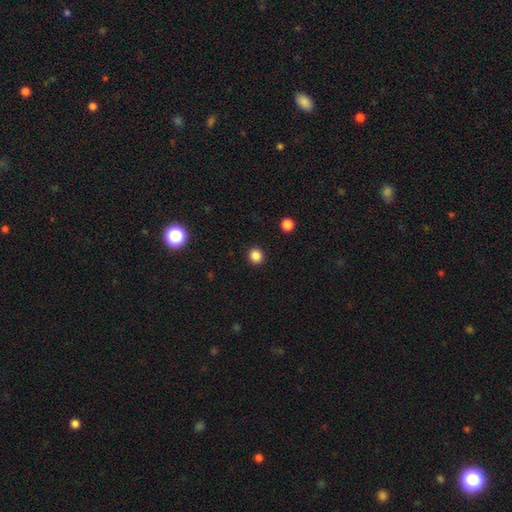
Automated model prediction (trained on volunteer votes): smooth-or-featured: smooth: 85% | star or artifact: 12% | featured or disk: 3%
  how-rounded: round: 92% | in between: 7% | cigar-shaped: 1%
  merging: none: 93% | minor disturbance: 4% | major disturbance: 2% | merger: 1%